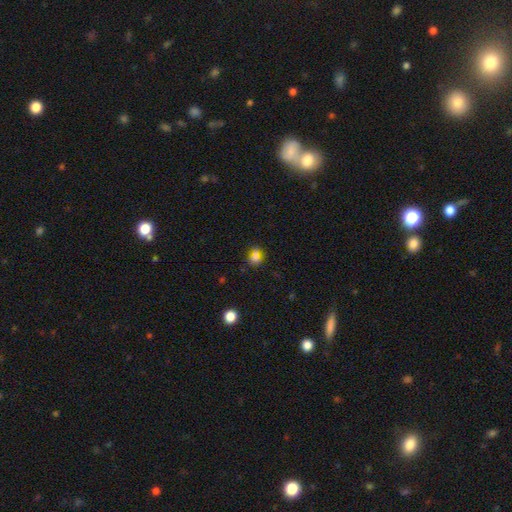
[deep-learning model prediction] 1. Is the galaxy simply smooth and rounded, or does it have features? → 65% smooth, 26% star or artifact, 9% featured or disk.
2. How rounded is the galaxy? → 72% round, 24% in between, 4% cigar-shaped.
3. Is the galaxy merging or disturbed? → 82% none, 10% minor disturbance, 4% merger, 4% major disturbance.